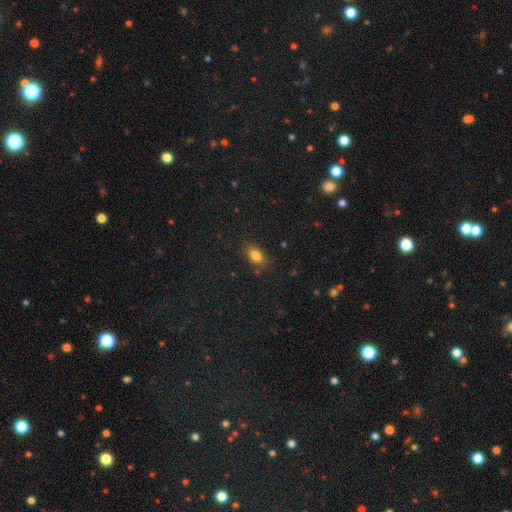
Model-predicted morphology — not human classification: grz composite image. It shows a smooth galaxy with no disk features (81%) that is in between round and cigar-shaped (82%). Merging: none (82%).